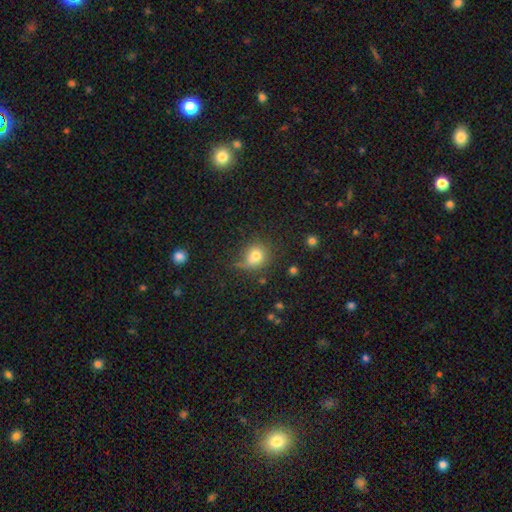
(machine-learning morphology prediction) Smooth or featured? Predicted: smooth (p=0.76). How rounded? Predicted: round (p=0.79). Merging? Predicted: none (p=0.59).